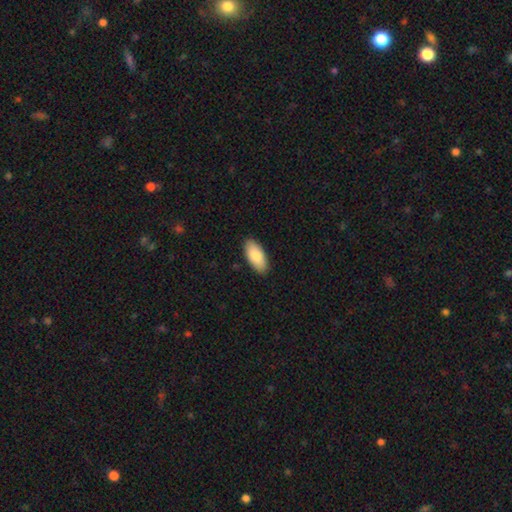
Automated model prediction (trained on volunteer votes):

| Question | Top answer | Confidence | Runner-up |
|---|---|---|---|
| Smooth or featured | smooth | 85% | featured or disk (10%) |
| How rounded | in between | 91% | cigar-shaped (7%) |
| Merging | none | 89% | minor disturbance (9%) |